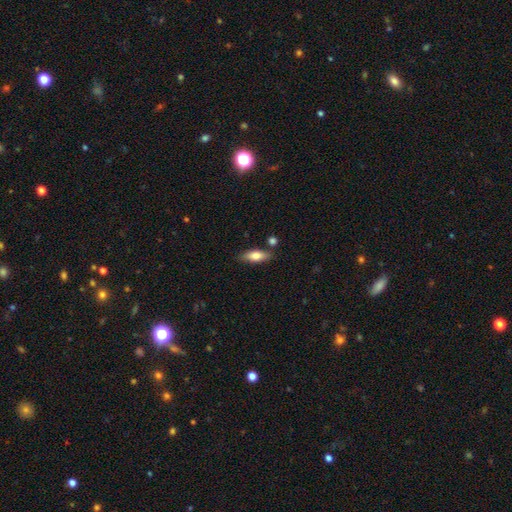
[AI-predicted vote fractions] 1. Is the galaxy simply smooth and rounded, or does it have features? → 74% smooth, 20% featured or disk, 7% star or artifact.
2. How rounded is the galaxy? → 66% in between, 32% cigar-shaped, 3% round.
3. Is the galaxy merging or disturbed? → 78% none, 13% minor disturbance, 6% merger, 3% major disturbance.